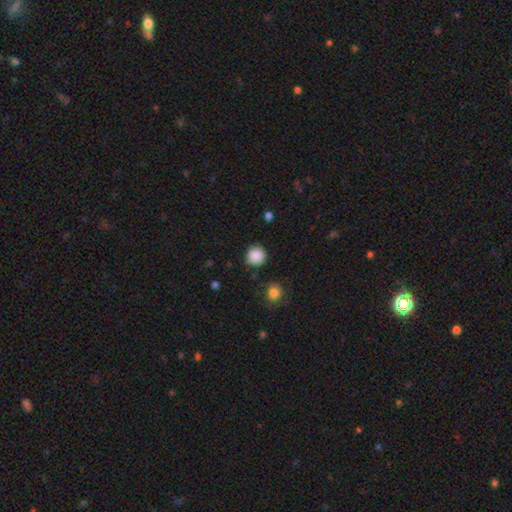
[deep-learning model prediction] This appears to be a smooth galaxy with no disk features (87%) that is round (93%). Merging: none (83%).